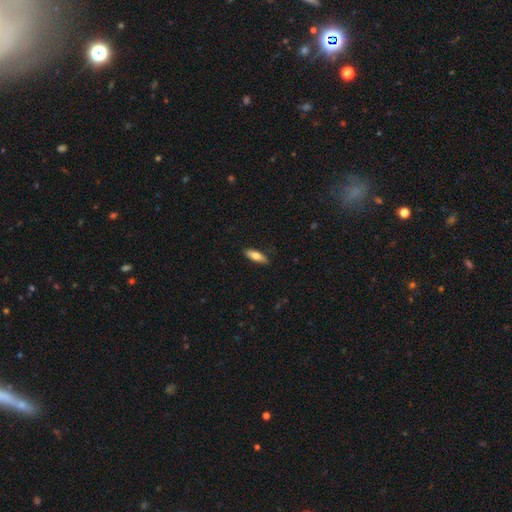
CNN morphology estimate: smooth-or-featured: smooth: 72% | featured or disk: 22% | star or artifact: 6%
  how-rounded: cigar-shaped: 49% (tied) | in between: 49% (tied) | round: 2%
  merging: none: 87% | minor disturbance: 10% | major disturbance: 2% | merger: 1%